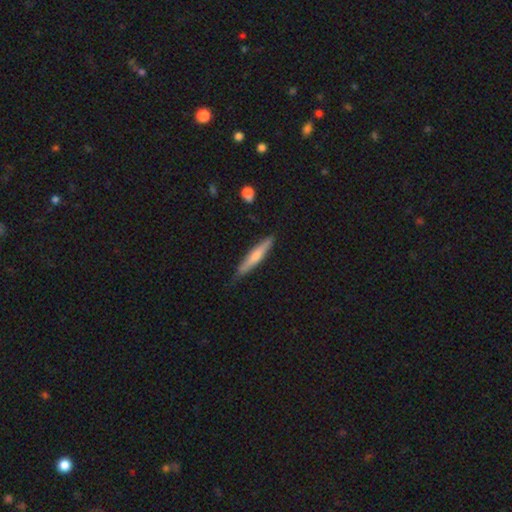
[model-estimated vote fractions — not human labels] Smooth or featured? smooth (52%)
How rounded? cigar-shaped (92%)
Merging? none (82%)